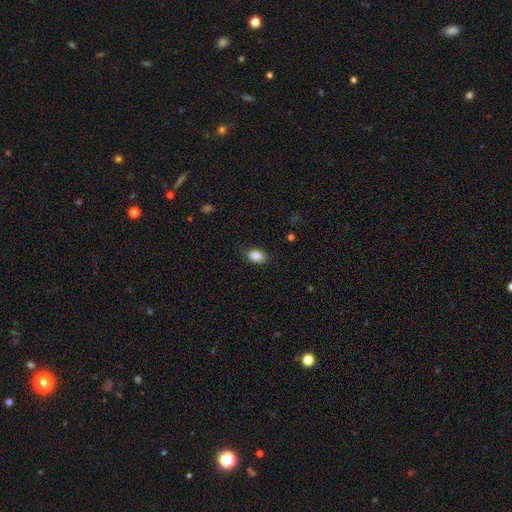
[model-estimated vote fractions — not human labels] The model was most divided on "how rounded": in between: 83%, round: 16%, cigar-shaped: 1%. More confident: smooth or featured — smooth (86%); merging — none (83%).